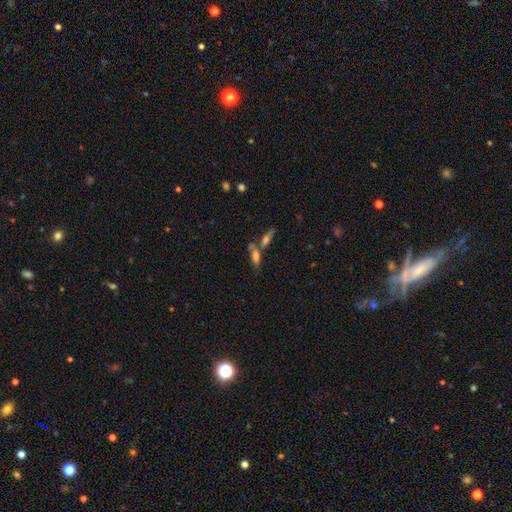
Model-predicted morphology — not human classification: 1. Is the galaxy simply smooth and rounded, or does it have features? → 64% smooth, 24% featured or disk, 13% star or artifact.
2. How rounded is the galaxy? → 62% in between, 33% cigar-shaped, 4% round.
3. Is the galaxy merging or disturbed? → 48% merger, 36% none, 10% minor disturbance, 6% major disturbance.